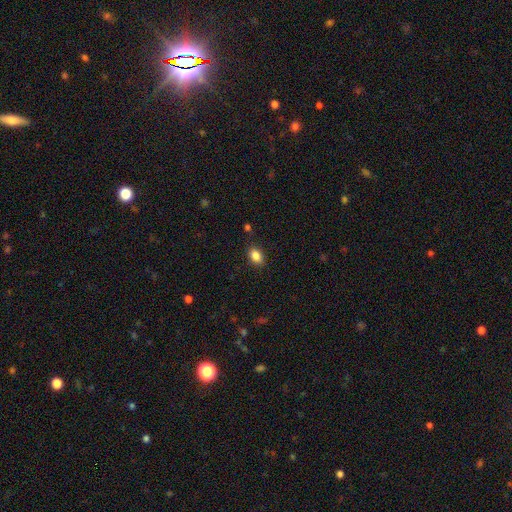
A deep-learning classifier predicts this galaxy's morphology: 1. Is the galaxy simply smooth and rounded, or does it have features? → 85% smooth, 9% star or artifact, 5% featured or disk.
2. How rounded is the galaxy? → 82% in between, 16% round, 2% cigar-shaped.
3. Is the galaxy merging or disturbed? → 84% none, 12% minor disturbance, 3% major disturbance, 1% merger.